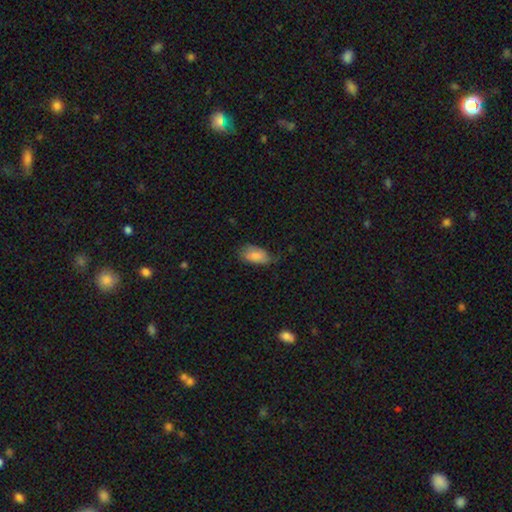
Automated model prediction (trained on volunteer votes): Smooth or featured? Predicted: smooth (p=0.83). How rounded? Predicted: in between (p=0.94). Merging? Predicted: none (p=0.52).